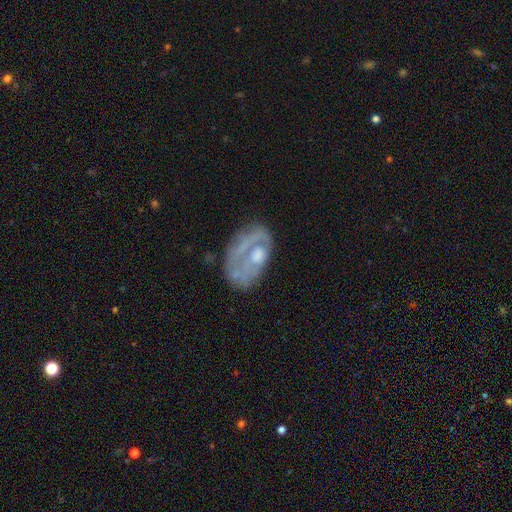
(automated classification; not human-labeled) A featured or disk galaxy (59%) with no bar (83%), no spiral arms (71%) and a moderate central bulge (48%).

Vote fractions:
- Smooth or featured? featured or disk: 59% / smooth: 32% / star or artifact: 8%
- Edge-on disk? no: 95% / yes: 5%
- Bar? no: 83% / weak: 13% / strong: 3%
- Spiral arms? no: 71% / yes: 29%
- Bulge size? moderate: 48% / none: 20% / small: 18% / large: 12% / dominant: 2%
- Merging? none: 43% / major disturbance: 28% / minor disturbance: 24% / merger: 5%